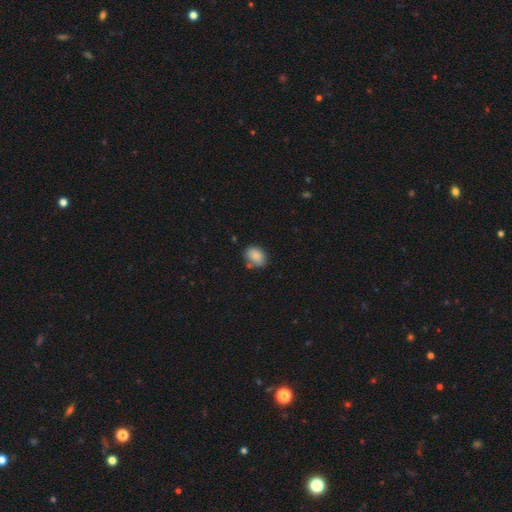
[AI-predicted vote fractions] Smooth or featured?
  - smooth: 85% *
  - star or artifact: 8%
  - featured or disk: 7%
How rounded?
  - in between: 72% *
  - round: 27%
  - cigar-shaped: 1%
Merging?
  - none: 72% *
  - minor disturbance: 18%
  - merger: 6%
  - major disturbance: 4%